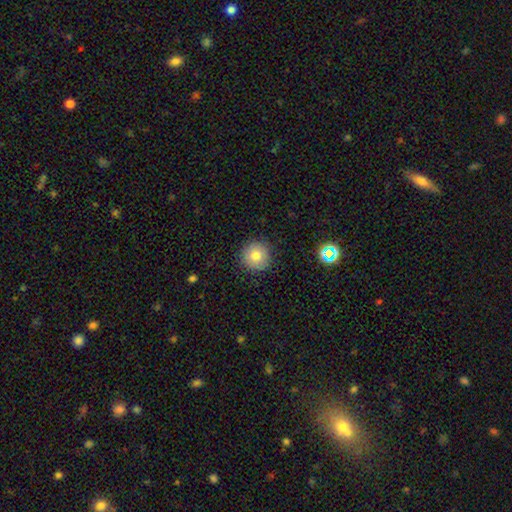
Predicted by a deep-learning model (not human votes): The model was most divided on "smooth or featured": smooth: 77%, featured or disk: 12%, star or artifact: 11%. More confident: how rounded — round (95%); merging — none (89%).